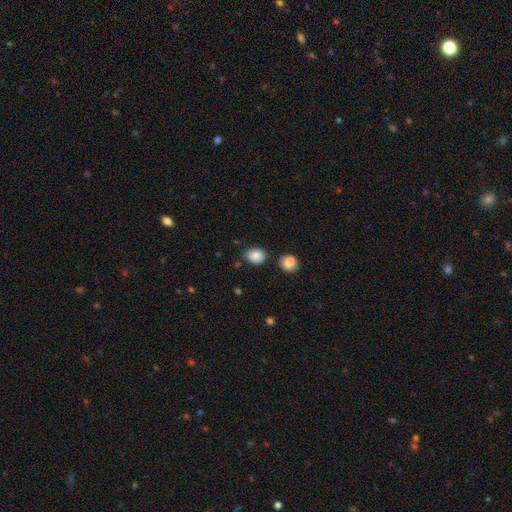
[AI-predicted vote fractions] Overall: smooth (87%). How rounded: in between (63%; round 36%). Merging: none (77%).